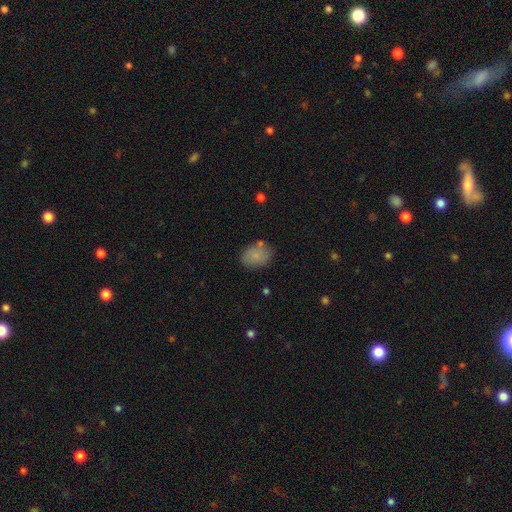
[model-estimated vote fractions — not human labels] Smooth or featured?
  - smooth: 80% *
  - featured or disk: 10%
  - star or artifact: 9%
How rounded?
  - in between: 67% *
  - round: 32%
  - cigar-shaped: 1%
Merging?
  - none: 74% *
  - minor disturbance: 15%
  - merger: 6%
  - major disturbance: 4%